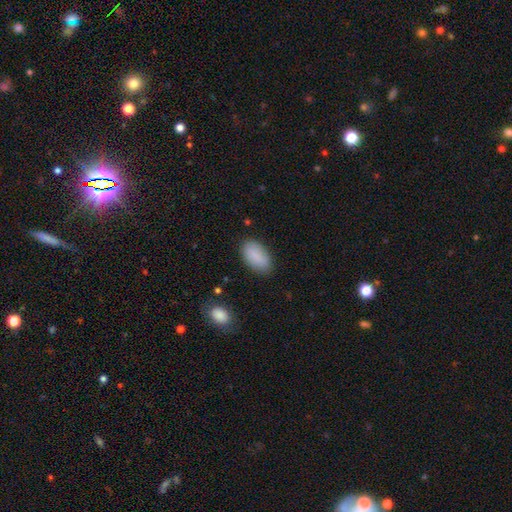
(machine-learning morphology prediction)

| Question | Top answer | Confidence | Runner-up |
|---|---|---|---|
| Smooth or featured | smooth | 87% | star or artifact (7%) |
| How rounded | in between | 94% | round (4%) |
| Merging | none | 82% | minor disturbance (13%) |